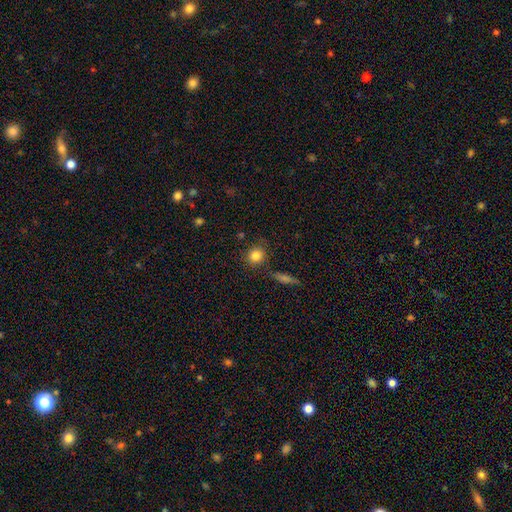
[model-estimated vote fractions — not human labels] smooth_or_featured: smooth (p=0.84) [alt: star or artifact p=0.10]
how_rounded: round (p=0.83) [alt: in between p=0.15]
merging: none (p=0.80) [alt: minor disturbance p=0.11]